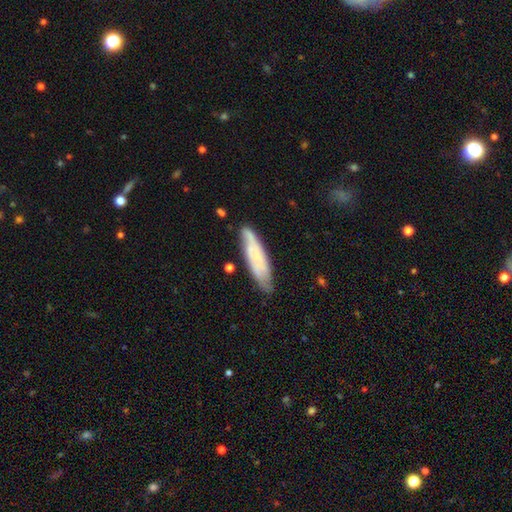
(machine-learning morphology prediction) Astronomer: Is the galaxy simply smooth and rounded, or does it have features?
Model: smooth — 53% (runner-up: featured or disk, 40%).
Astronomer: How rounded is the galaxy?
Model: cigar-shaped — 67%.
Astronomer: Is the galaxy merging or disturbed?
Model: none — 74%.